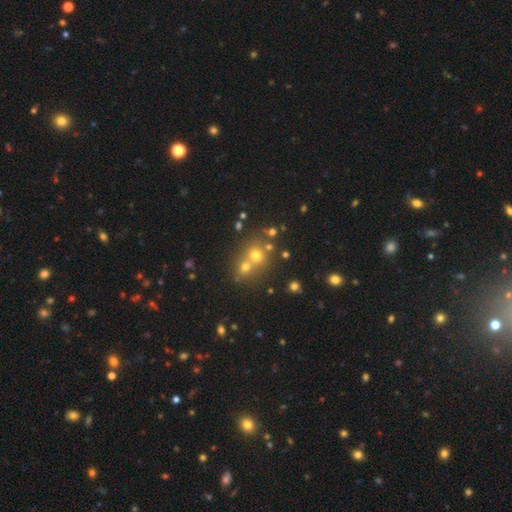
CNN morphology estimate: smooth 59%, star or artifact 24%, featured or disk 17%. Down the decision tree: how rounded — round (79%); merging — merger (48%).